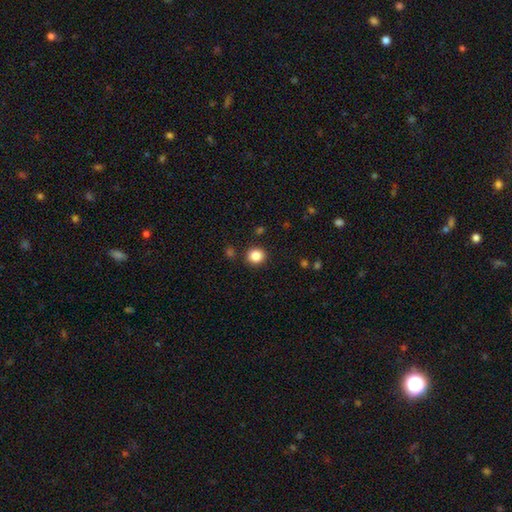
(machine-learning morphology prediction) Q: Smooth or featured?
A: smooth (86%); runner-up: star or artifact (10%)
Q: How rounded?
A: round (89%); runner-up: in between (10%)
Q: Merging?
A: none (90%); runner-up: minor disturbance (6%)